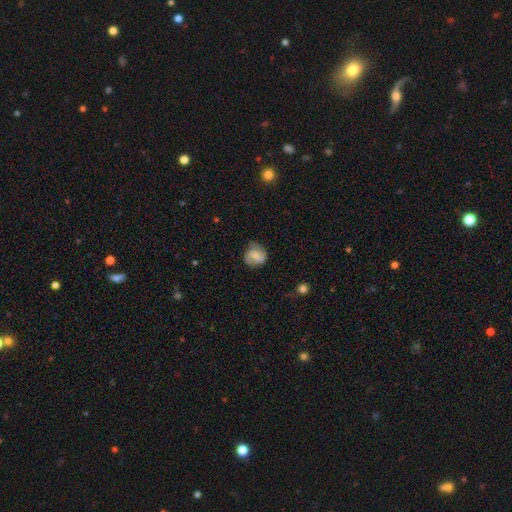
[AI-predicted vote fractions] Q: Smooth or featured?
A: featured or disk (53%); runner-up: smooth (40%)
Q: Edge-on disk?
A: no (98%); runner-up: yes (2%)
Q: Bar?
A: no (45%); runner-up: weak (43%)
Q: Spiral arms?
A: yes (89%); runner-up: no (11%)
Q: Bulge size?
A: small (46%); runner-up: moderate (41%)
Q: Merging?
A: none (72%); runner-up: minor disturbance (20%)